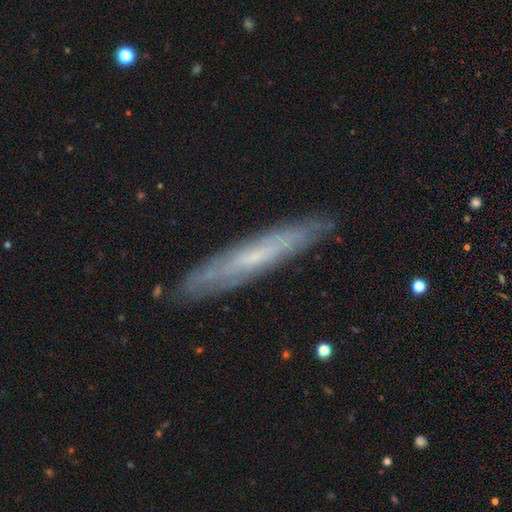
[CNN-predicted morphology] A featured or disk galaxy (62%) viewed edge-on (70%).

Vote fractions:
- Smooth or featured? featured or disk: 62% / smooth: 31% / star or artifact: 7%
- Edge-on disk? yes: 70% / no: 30%
- Merging? none: 86% / minor disturbance: 11% / major disturbance: 2% / merger: 1%